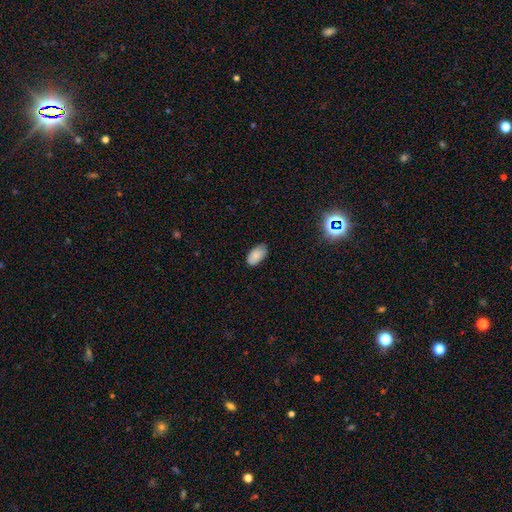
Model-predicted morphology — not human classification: A smooth galaxy with no disk features (85%) that is in between round and cigar-shaped (95%).

Vote fractions:
- Smooth or featured? smooth: 85% / star or artifact: 8% / featured or disk: 7%
- How rounded? in between: 95% / round: 4% / cigar-shaped: 2%
- Merging? none: 79% / minor disturbance: 17% / major disturbance: 3% / merger: 1%